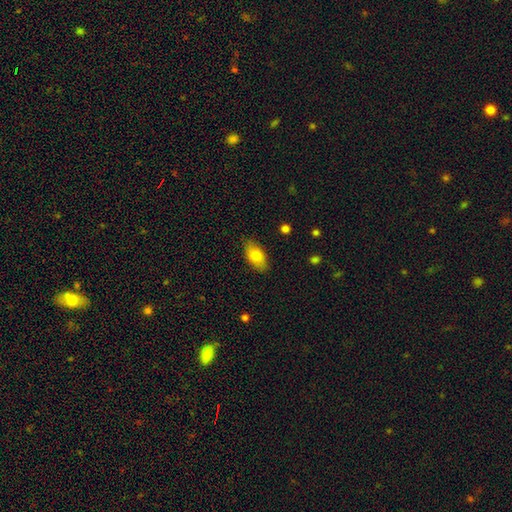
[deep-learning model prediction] Smooth or featured? smooth (81%)
How rounded? in between (91%)
Merging? none (84%)